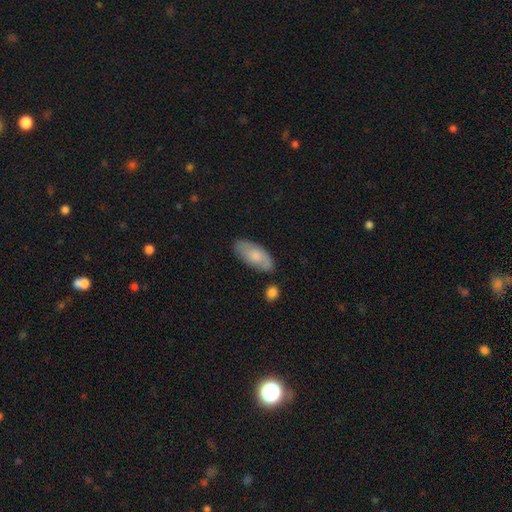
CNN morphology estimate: smooth 69%, featured or disk 25%, star or artifact 6%. Down the decision tree: how rounded — in between (89%); merging — none (73%).